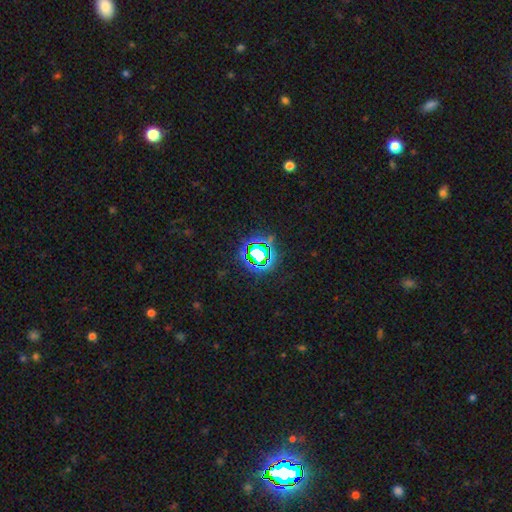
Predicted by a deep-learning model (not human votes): A star or artifact, not a galaxy (74%).

Vote fractions:
- Smooth or featured? star or artifact: 74% / smooth: 15% / featured or disk: 10%